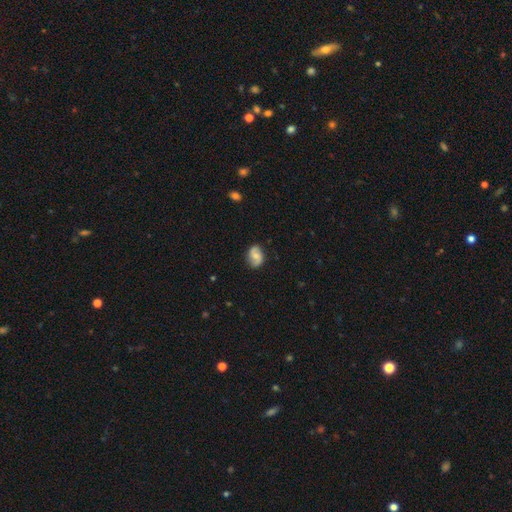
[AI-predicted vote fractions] A featured or disk galaxy (46%, tied with smooth).

Vote fractions:
- Smooth or featured? featured or disk: 46% (tied) / smooth: 46% (tied) / star or artifact: 8%
- Merging? none: 80% / minor disturbance: 15% / major disturbance: 3% / merger: 1%